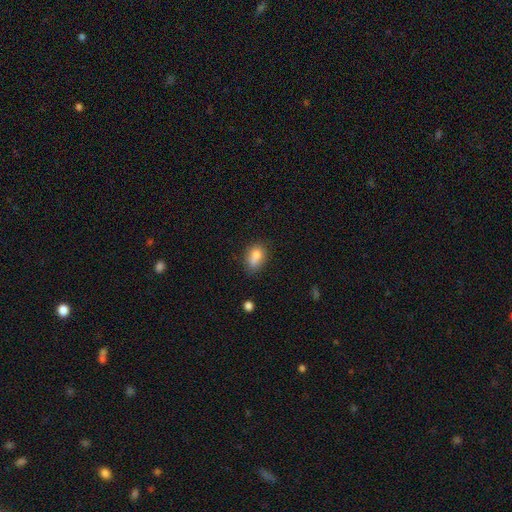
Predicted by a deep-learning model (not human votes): A smooth galaxy with no disk features (81%) that is in between round and cigar-shaped (80%).

Vote fractions:
- Smooth or featured? smooth: 81% / star or artifact: 10% / featured or disk: 10%
- How rounded? in between: 80% / round: 18% / cigar-shaped: 3%
- Merging? none: 55% / minor disturbance: 26% / merger: 12% / major disturbance: 7%